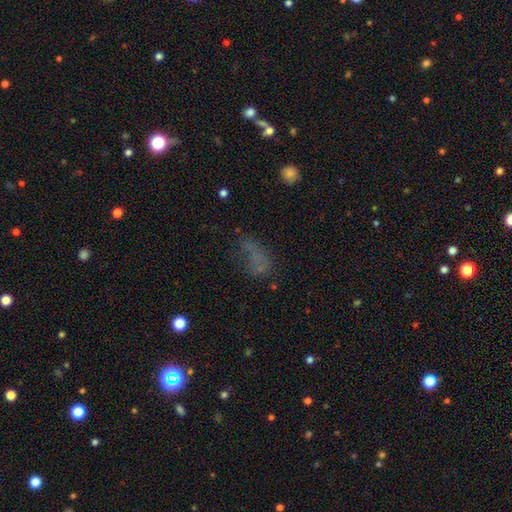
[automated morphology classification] Q: Smooth or featured?
A: smooth (48%); runner-up: star or artifact (27%)
Q: Merging?
A: none (38%); runner-up: major disturbance (36%)